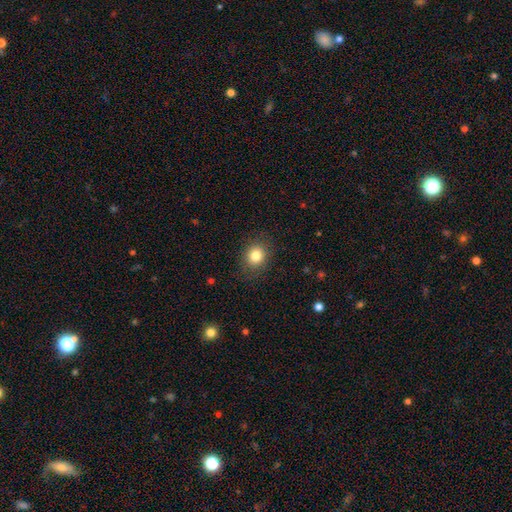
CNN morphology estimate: A smooth galaxy with no disk features (82%) that is round (62%). Merging: none (85%).